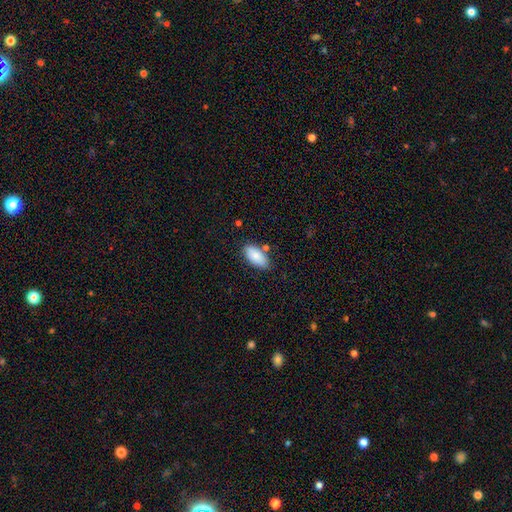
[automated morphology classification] Smooth or featured? smooth (84%)
How rounded? in between (93%)
Merging? none (77%)